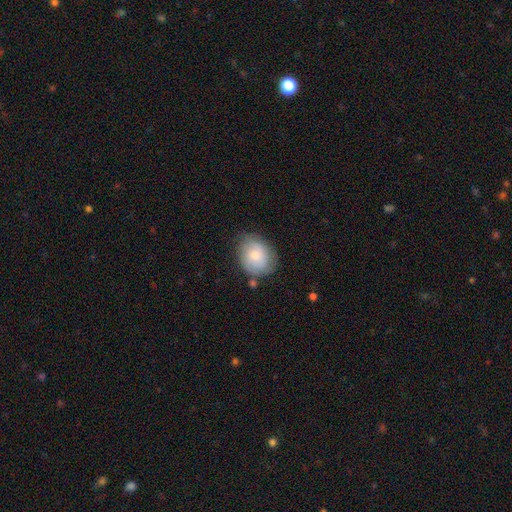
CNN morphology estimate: Q: Smooth or featured?
A: smooth (75%); runner-up: featured or disk (18%)
Q: How rounded?
A: in between (52%); runner-up: round (47%)
Q: Merging?
A: none (70%); runner-up: minor disturbance (21%)